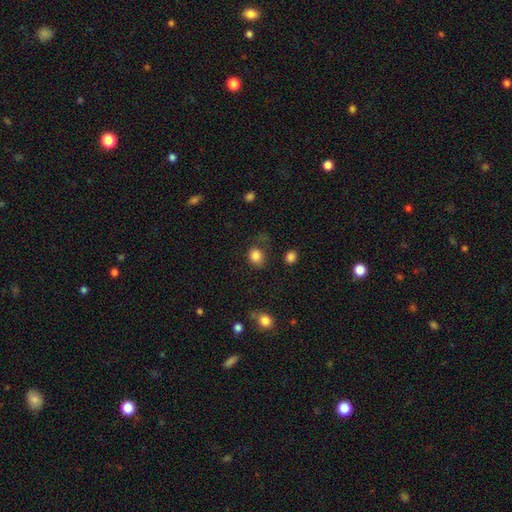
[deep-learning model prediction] Smooth or featured?
  - smooth: 84% *
  - star or artifact: 11%
  - featured or disk: 5%
How rounded?
  - round: 62% *
  - in between: 37%
  - cigar-shaped: 1%
Merging?
  - none: 67% *
  - minor disturbance: 20%
  - major disturbance: 9%
  - merger: 4%